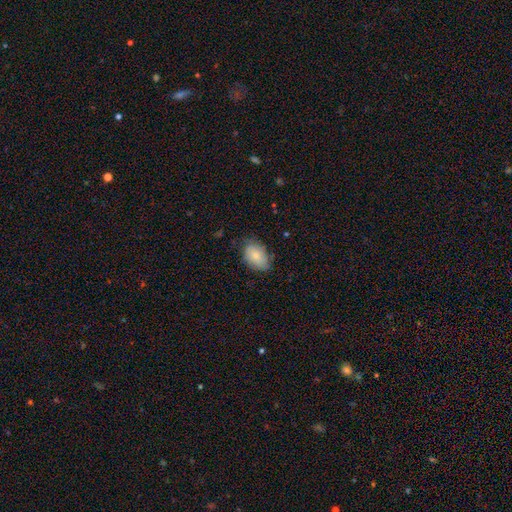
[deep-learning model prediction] A smooth galaxy with no disk features (78%) that is in between round and cigar-shaped (87%). Merging: none (71%).